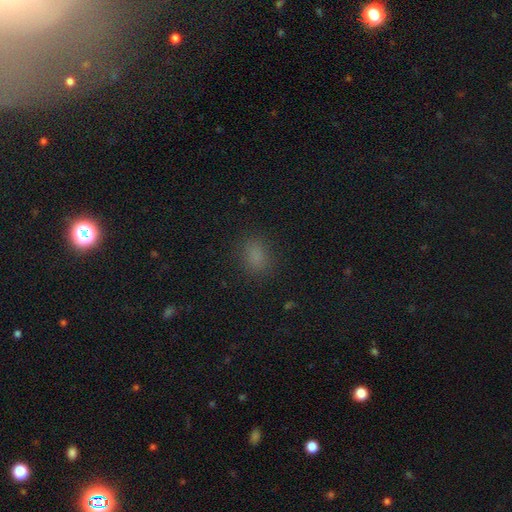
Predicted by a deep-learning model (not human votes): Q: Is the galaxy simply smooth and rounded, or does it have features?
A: smooth — 81%.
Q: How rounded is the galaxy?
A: in between — 62%.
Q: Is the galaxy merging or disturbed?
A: none — 85%.